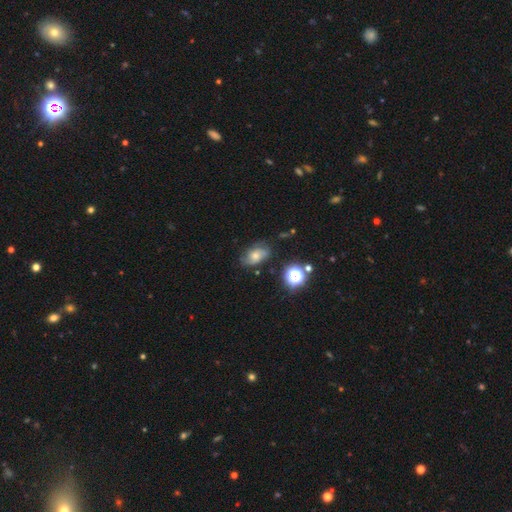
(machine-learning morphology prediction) smooth-or-featured: featured or disk: 46% | smooth: 39% | star or artifact: 15%
  merging: none: 64% | minor disturbance: 24% | major disturbance: 9% | merger: 3%